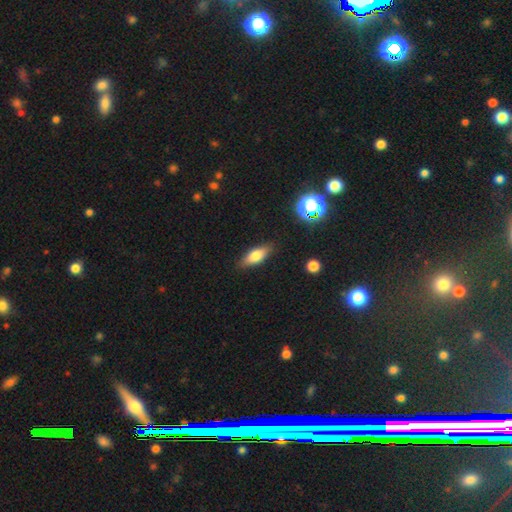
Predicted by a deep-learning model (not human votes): The model was most divided on "how rounded": in between: 67%, cigar-shaped: 30%, round: 3%. More confident: merging — none (85%); smooth or featured — smooth (72%).